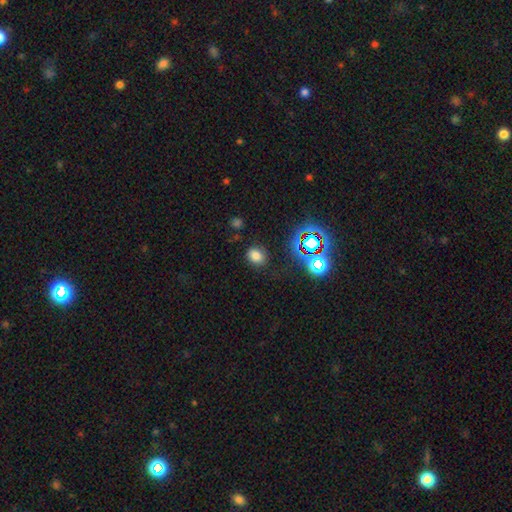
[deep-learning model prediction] smooth-or-featured: smooth: 71% | star or artifact: 21% | featured or disk: 8%
  how-rounded: in between: 51% | round: 48% | cigar-shaped: 1%
  merging: none: 81% | minor disturbance: 12% | major disturbance: 4% | merger: 2%